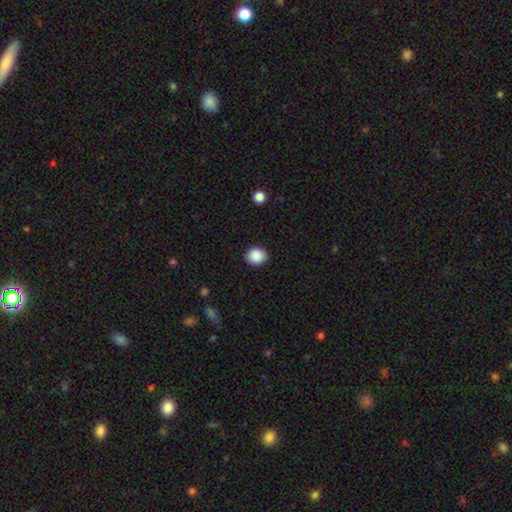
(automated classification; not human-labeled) smooth-or-featured: smooth: 89% | star or artifact: 8% | featured or disk: 3%
  how-rounded: round: 72% | in between: 27% | cigar-shaped: 1%
  merging: none: 90% | minor disturbance: 7% | major disturbance: 2% | merger: 1%